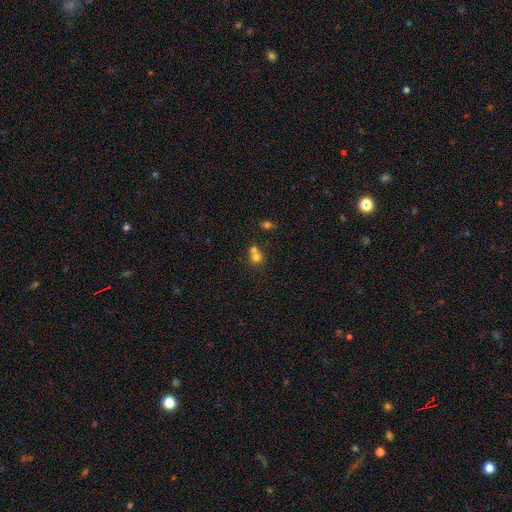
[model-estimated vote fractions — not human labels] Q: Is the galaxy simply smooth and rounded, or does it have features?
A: smooth — 73%.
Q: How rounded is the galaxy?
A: round — 81%.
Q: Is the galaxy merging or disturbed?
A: merger — 54%.